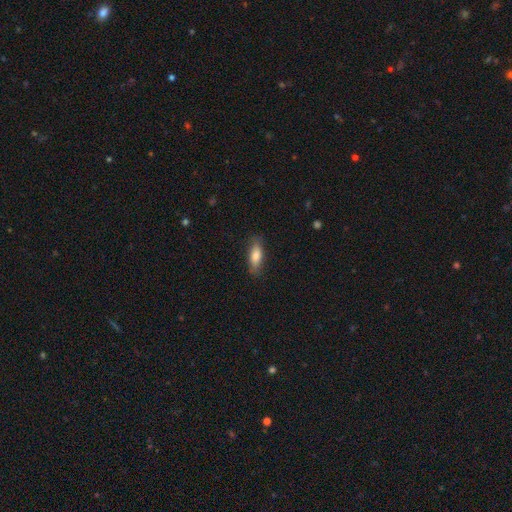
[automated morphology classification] Smooth or featured?
  - smooth: 78% *
  - featured or disk: 16%
  - star or artifact: 6%
How rounded?
  - in between: 61% *
  - cigar-shaped: 36%
  - round: 2%
Merging?
  - none: 82% *
  - minor disturbance: 14%
  - major disturbance: 3%
  - merger: 1%